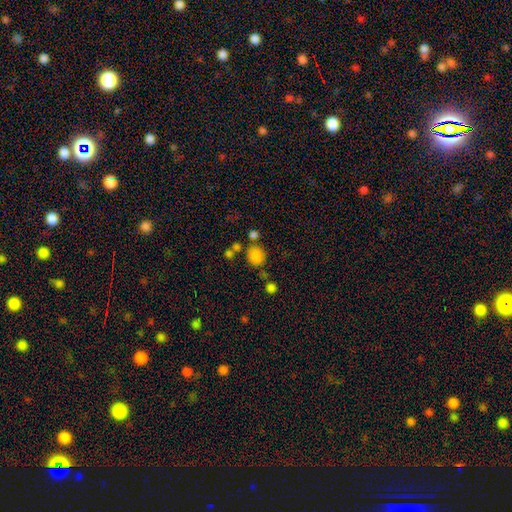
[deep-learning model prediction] This appears to be a smooth galaxy with no disk features (81%) that is round (78%). Merging: none (70%).